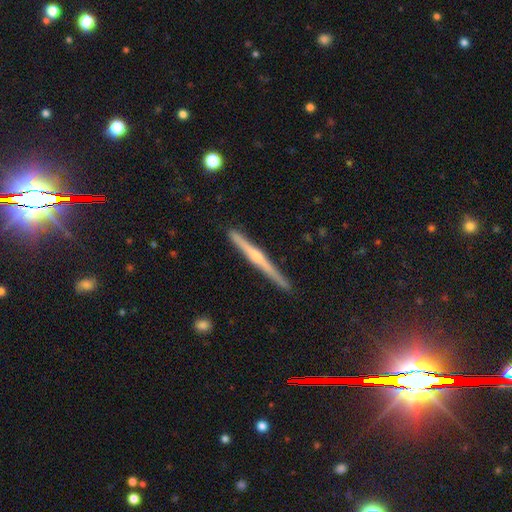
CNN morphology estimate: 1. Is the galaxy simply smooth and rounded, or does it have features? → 73% featured or disk, 22% smooth, 6% star or artifact.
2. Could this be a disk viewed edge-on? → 98% yes, 2% no.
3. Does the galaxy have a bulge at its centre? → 75% rounded, 18% none, 6% boxy.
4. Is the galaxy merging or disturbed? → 90% none, 7% minor disturbance, 1% major disturbance, 1% merger.